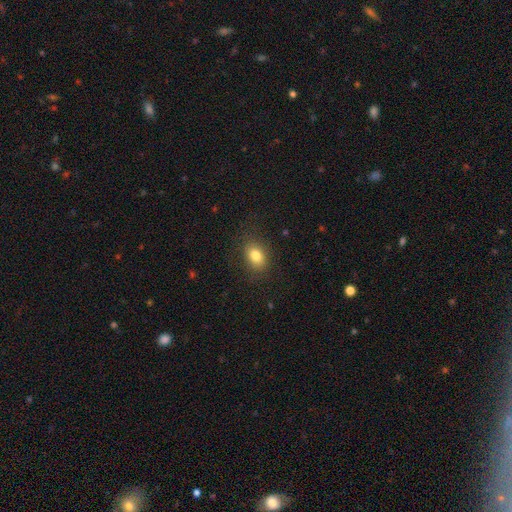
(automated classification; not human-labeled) Q: Smooth or featured?
A: smooth (82%); runner-up: star or artifact (10%)
Q: How rounded?
A: in between (75%); runner-up: round (23%)
Q: Merging?
A: none (83%); runner-up: minor disturbance (12%)